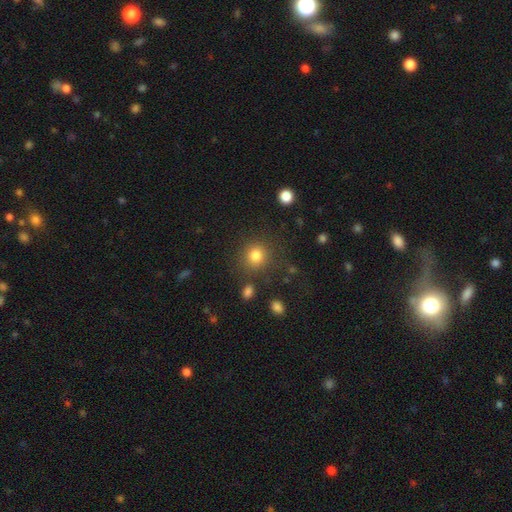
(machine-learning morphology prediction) Overall: smooth (81%). How rounded: round (88%). Merging: none (84%).